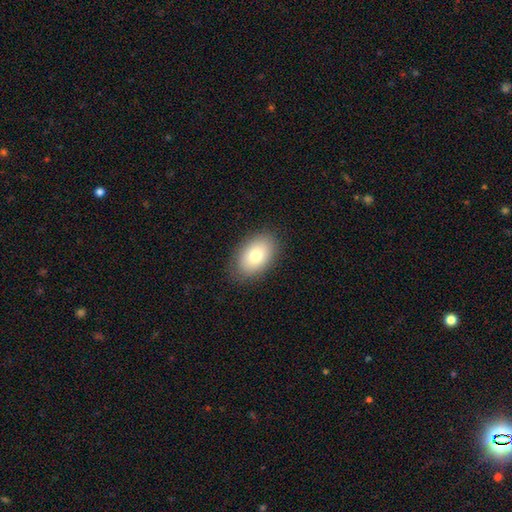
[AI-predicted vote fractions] Overall: smooth (78%). How rounded: in between (88%). Merging: none (85%).